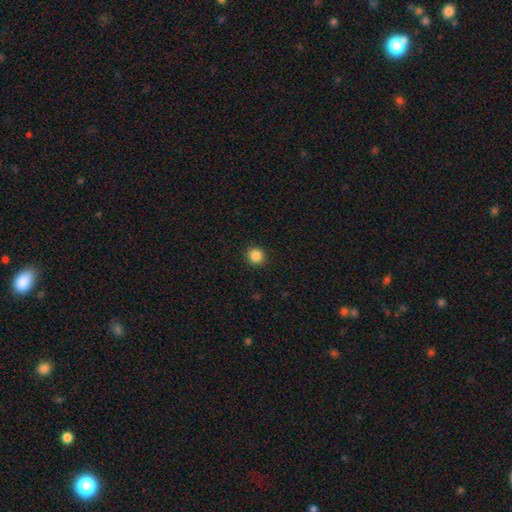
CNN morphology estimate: A smooth galaxy with no disk features (86%) that is round (93%).

Vote fractions:
- Smooth or featured? smooth: 86% / star or artifact: 11% / featured or disk: 3%
- How rounded? round: 93% / in between: 6% / cigar-shaped: 1%
- Merging? none: 92% / minor disturbance: 5% / major disturbance: 2% / merger: 1%